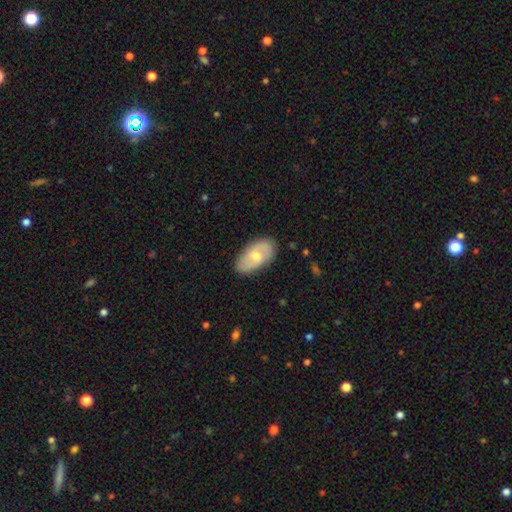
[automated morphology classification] Smooth or featured?
  - featured or disk: 48% *
  - smooth: 46%
  - star or artifact: 6%
Merging?
  - none: 83% *
  - minor disturbance: 13%
  - major disturbance: 3%
  - merger: 1%